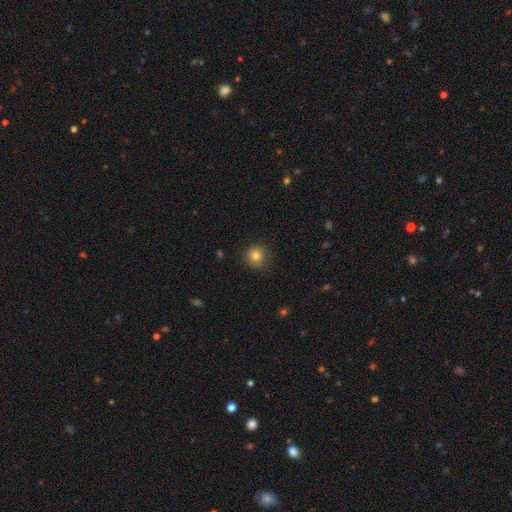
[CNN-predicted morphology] Smooth or featured? Predicted: smooth (p=0.80). How rounded? Predicted: round (p=0.91). Merging? Predicted: none (p=0.84).